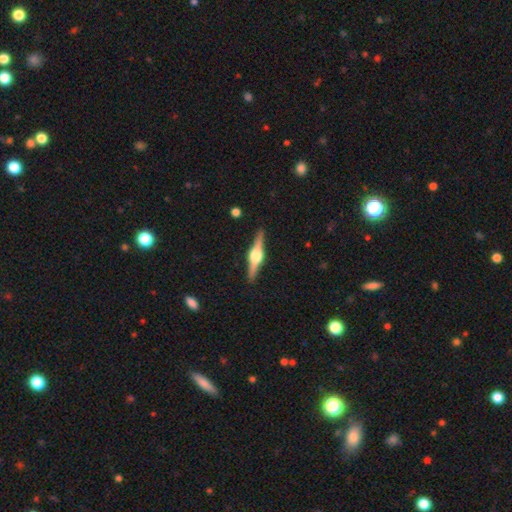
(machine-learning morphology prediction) Smooth or featured: featured or disk — 83% (smooth — 12%)
Edge-on disk: yes — 98% (no — 2%)
Edge-on bulge: rounded — 93% (boxy — 5%)
Merging: none — 91% (minor disturbance — 7%)